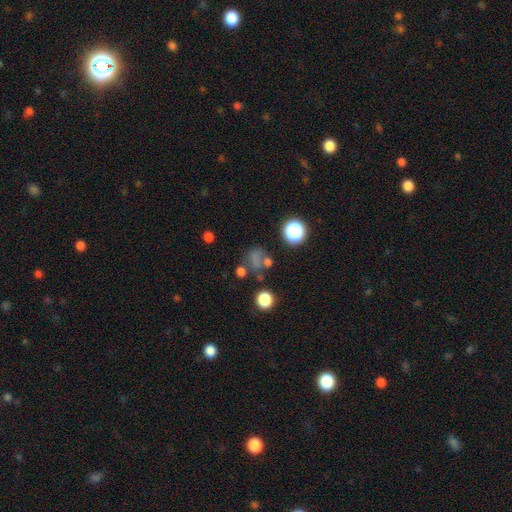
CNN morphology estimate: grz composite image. It shows a smooth galaxy with no disk features (49%). Merging: none (55%).